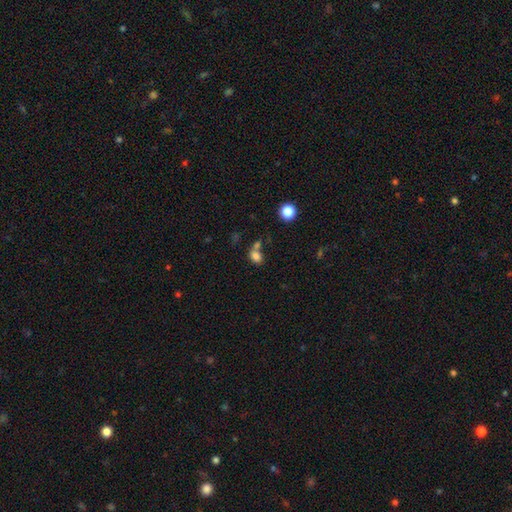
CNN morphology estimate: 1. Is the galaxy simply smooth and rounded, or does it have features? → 79% smooth, 12% star or artifact, 9% featured or disk.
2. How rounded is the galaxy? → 66% in between, 33% round, 1% cigar-shaped.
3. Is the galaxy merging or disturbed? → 44% none, 38% merger, 12% minor disturbance, 6% major disturbance.